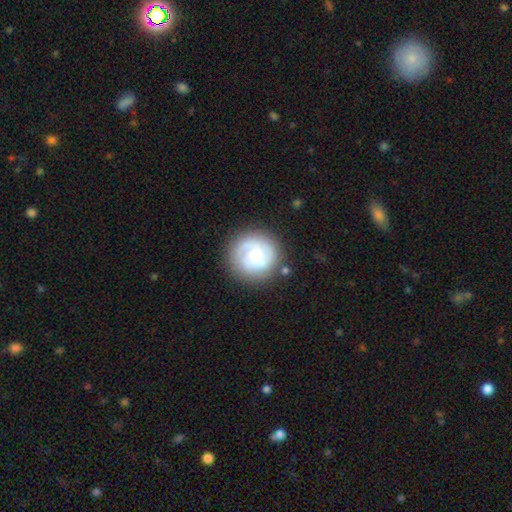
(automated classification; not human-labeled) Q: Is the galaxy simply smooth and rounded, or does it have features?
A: featured or disk — 55%.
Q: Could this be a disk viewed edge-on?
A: no — 98%.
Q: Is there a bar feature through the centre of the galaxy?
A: no — 68%.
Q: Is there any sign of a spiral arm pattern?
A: yes — 84%.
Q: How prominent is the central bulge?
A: small — 46%.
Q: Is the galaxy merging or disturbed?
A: none — 77%.